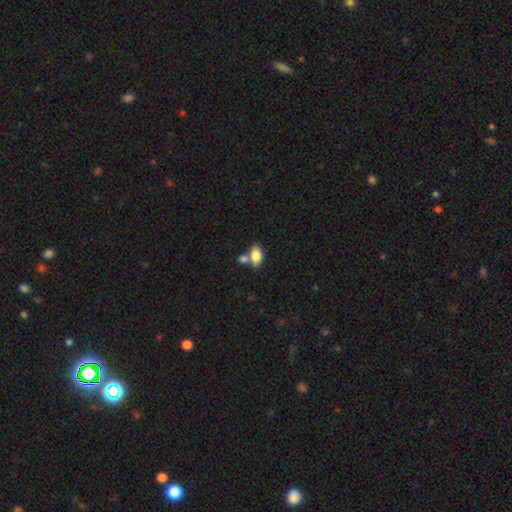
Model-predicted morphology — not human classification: A smooth galaxy with no disk features (80%) that is in between round and cigar-shaped (89%).

Vote fractions:
- Smooth or featured? smooth: 80% / featured or disk: 12% / star or artifact: 8%
- How rounded? in between: 89% / round: 7% / cigar-shaped: 4%
- Merging? none: 50% / merger: 34% / minor disturbance: 12% / major disturbance: 4%